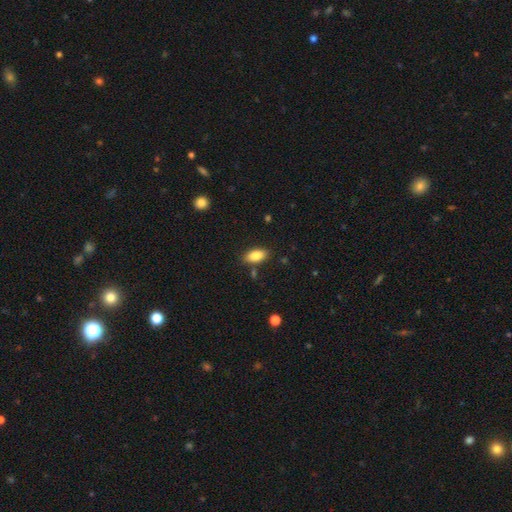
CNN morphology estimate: smooth-or-featured: smooth: 84% | featured or disk: 9% | star or artifact: 7%
  how-rounded: in between: 91% | cigar-shaped: 5% | round: 4%
  merging: none: 83% | minor disturbance: 11% | merger: 3% | major disturbance: 3%